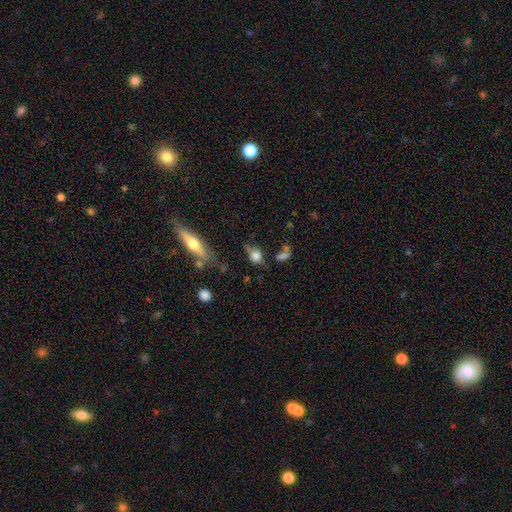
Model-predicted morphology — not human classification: A smooth galaxy with no disk features (69%) that is round (53%).

Vote fractions:
- Smooth or featured? smooth: 69% / featured or disk: 19% / star or artifact: 12%
- How rounded? round: 53% / in between: 41% / cigar-shaped: 6%
- Merging? none: 50% / minor disturbance: 25% / major disturbance: 13% / merger: 12%